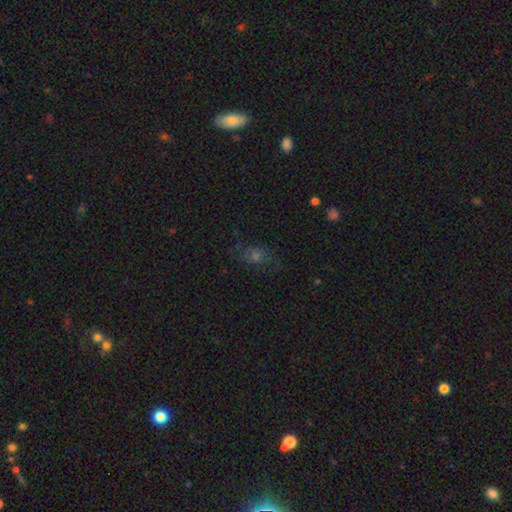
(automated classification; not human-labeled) Smooth or featured? Predicted: smooth (p=0.40). Merging? Predicted: none (p=0.70).